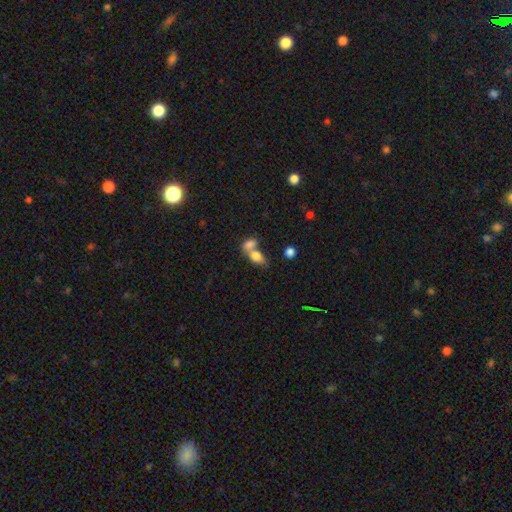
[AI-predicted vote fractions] Q: Smooth or featured?
A: smooth (77%); runner-up: featured or disk (14%)
Q: How rounded?
A: in between (81%); runner-up: round (15%)
Q: Merging?
A: merger (66%); runner-up: none (22%)